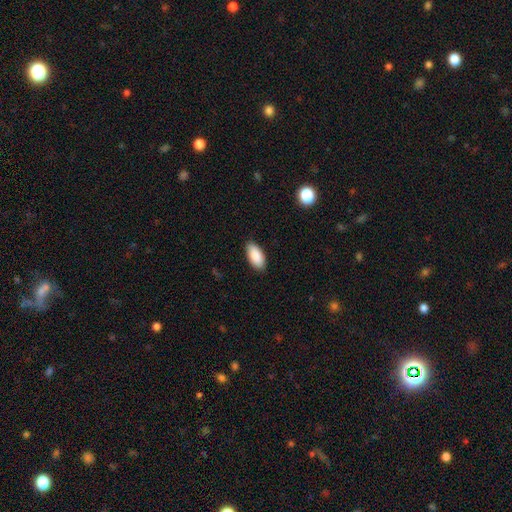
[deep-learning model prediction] smooth-or-featured: smooth: 89% | star or artifact: 6% | featured or disk: 5%
  how-rounded: in between: 93% | cigar-shaped: 5% | round: 2%
  merging: none: 86% | minor disturbance: 11% | major disturbance: 2% | merger: 1%